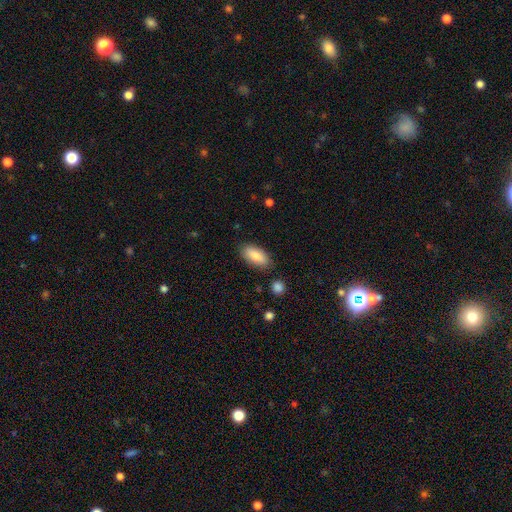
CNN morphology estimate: Smooth or featured?
  - smooth: 83% *
  - featured or disk: 10%
  - star or artifact: 6%
How rounded?
  - in between: 87% *
  - cigar-shaped: 11%
  - round: 2%
Merging?
  - none: 84% *
  - minor disturbance: 11%
  - major disturbance: 3%
  - merger: 2%